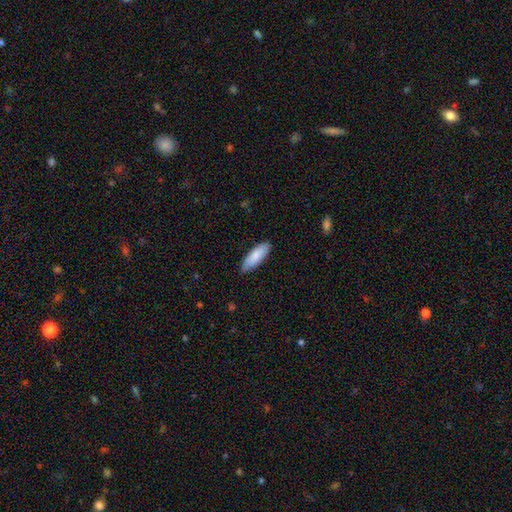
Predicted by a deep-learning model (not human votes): Smooth or featured? Predicted: smooth (p=0.85). How rounded? Predicted: in between (p=0.59). Merging? Predicted: none (p=0.85).